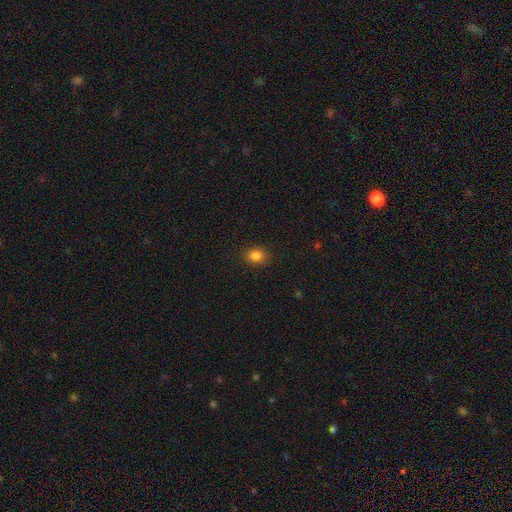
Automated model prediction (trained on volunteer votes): Smooth or featured: smooth — 83% (star or artifact — 12%)
How rounded: round — 58% (in between — 41%)
Merging: none — 88% (minor disturbance — 8%)